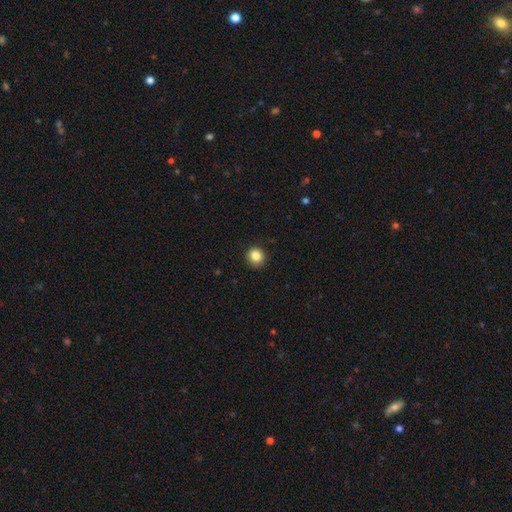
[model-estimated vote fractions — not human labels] smooth_or_featured: smooth (p=0.85) [alt: star or artifact p=0.10]
how_rounded: round (p=0.89) [alt: in between p=0.10]
merging: none (p=0.91) [alt: minor disturbance p=0.06]